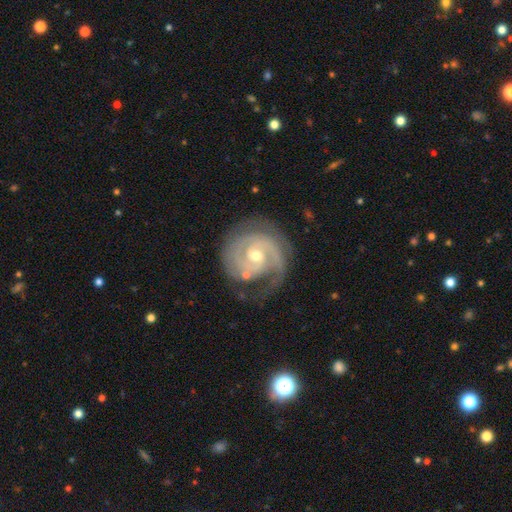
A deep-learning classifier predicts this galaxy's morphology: smooth_or_featured: featured or disk (p=0.89) [alt: smooth p=0.06]
disk_edge_on: no (p=0.98) [alt: yes p=0.02]
bar: no (p=0.57) [alt: weak p=0.34]
has_spiral_arms: yes (p=0.97) [alt: no p=0.03]
spiral_winding: tight (p=0.66) [alt: medium p=0.28]
spiral_arm_count: 2 (p=0.61) [alt: 3 p=0.13]
bulge_size: moderate (p=0.55) [alt: small p=0.42]
merging: none (p=0.67) [alt: minor disturbance p=0.19]